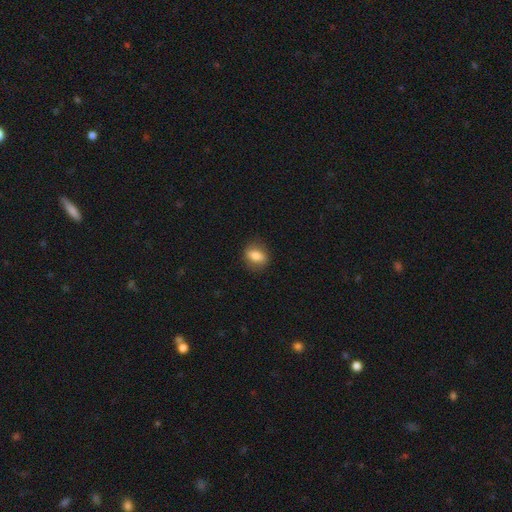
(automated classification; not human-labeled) This appears to be a smooth galaxy with no disk features (76%) that is in between round and cigar-shaped (62%). Merging: none (83%).